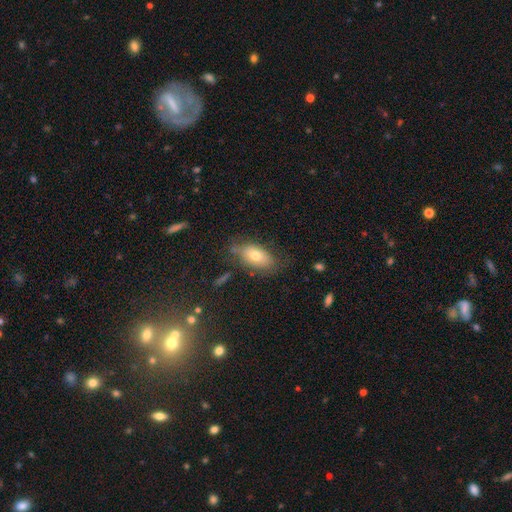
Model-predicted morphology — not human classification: A smooth galaxy with no disk features (70%) that is in between round and cigar-shaped (89%).

Vote fractions:
- Smooth or featured? smooth: 70% / featured or disk: 21% / star or artifact: 9%
- How rounded? in between: 89% / round: 6% / cigar-shaped: 4%
- Merging? none: 63% / minor disturbance: 23% / major disturbance: 9% / merger: 4%